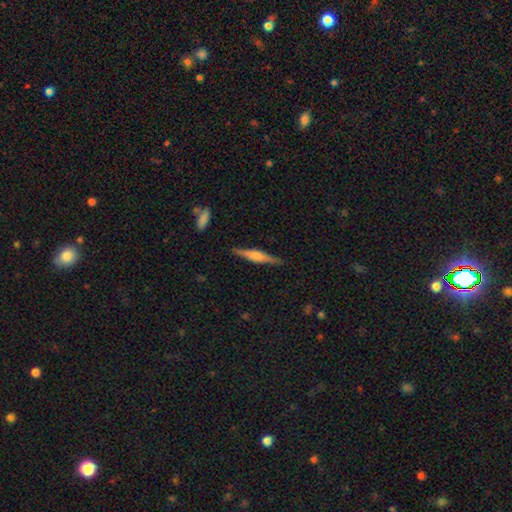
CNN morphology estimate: Overall: featured or disk (61%; smooth 33%). Edge-on disk: yes (97%). Edge-on bulge: rounded (59%; boxy 32%). Merging: none (87%).